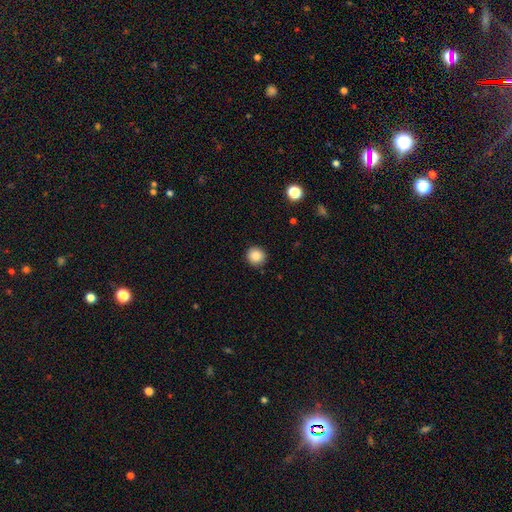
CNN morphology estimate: This appears to be a smooth galaxy with no disk features (87%) that is round (93%). Merging: none (90%).